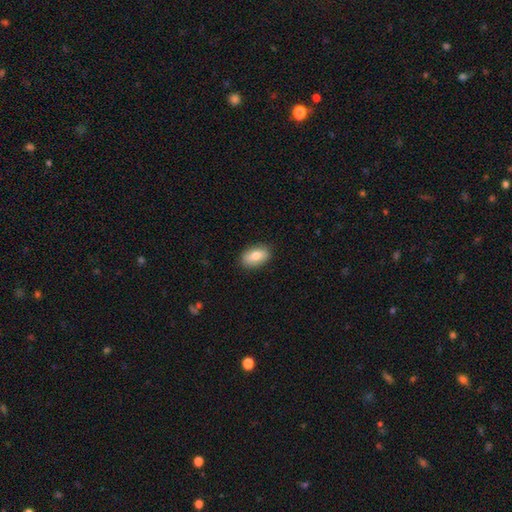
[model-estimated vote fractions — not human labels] Overall: smooth (80%). How rounded: in between (91%). Merging: none (87%).